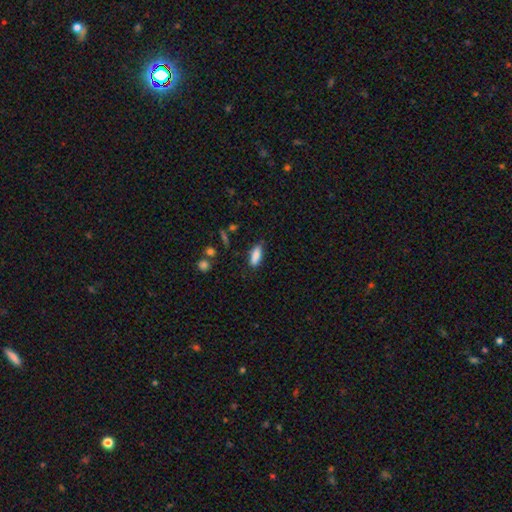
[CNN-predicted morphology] smooth-or-featured: smooth: 85% | star or artifact: 7% | featured or disk: 7%
  how-rounded: in between: 68% | cigar-shaped: 30% | round: 2%
  merging: none: 80% | minor disturbance: 15% | major disturbance: 3% | merger: 2%